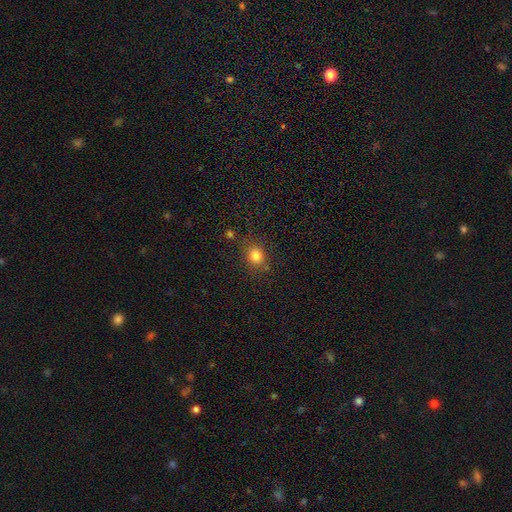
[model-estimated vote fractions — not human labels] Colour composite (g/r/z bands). It shows a smooth galaxy with no disk features (81%) that is round (65%). Merging: none (78%).